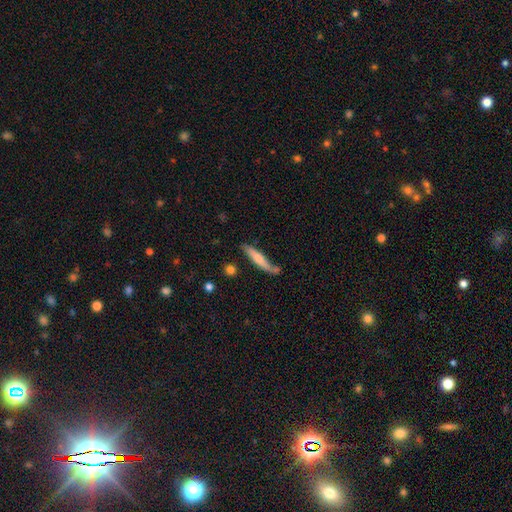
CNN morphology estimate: The model was most divided on "smooth or featured": smooth: 52%, featured or disk: 41%, star or artifact: 7%. More confident: how rounded — cigar-shaped (90%); merging — none (69%).